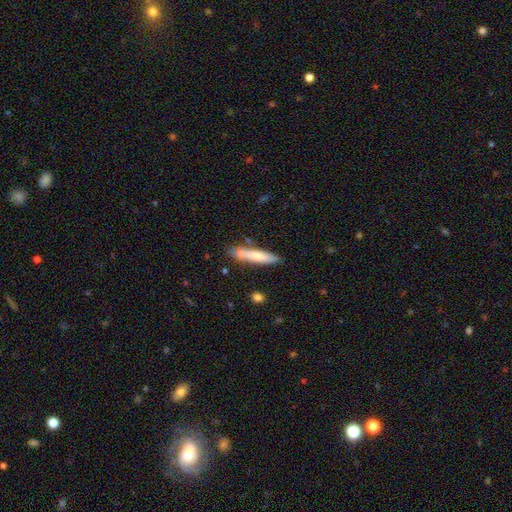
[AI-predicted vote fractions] Morphology: type=smooth (68%); roundness=cigar-shaped (87%); merging=none (78%).